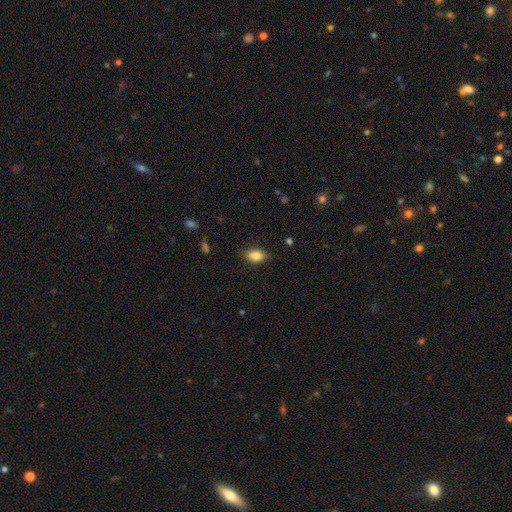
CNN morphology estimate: Smooth or featured? Predicted: smooth (p=0.86). How rounded? Predicted: in between (p=0.88). Merging? Predicted: none (p=0.79).